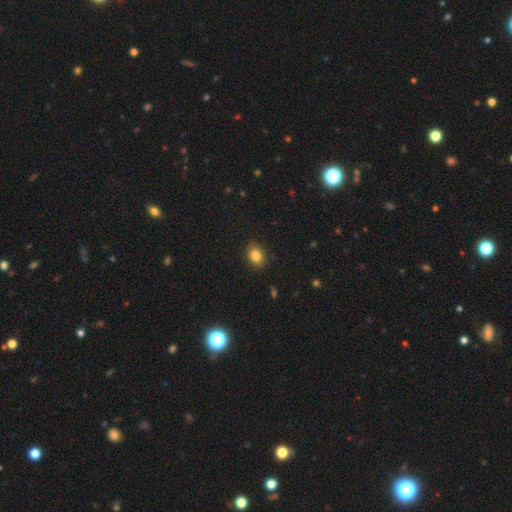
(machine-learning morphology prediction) A smooth galaxy with no disk features (83%) that is in between round and cigar-shaped (56%).

Vote fractions:
- Smooth or featured? smooth: 83% / star or artifact: 10% / featured or disk: 6%
- How rounded? in between: 56% / round: 43% / cigar-shaped: 1%
- Merging? none: 88% / minor disturbance: 9% / major disturbance: 2% / merger: 1%